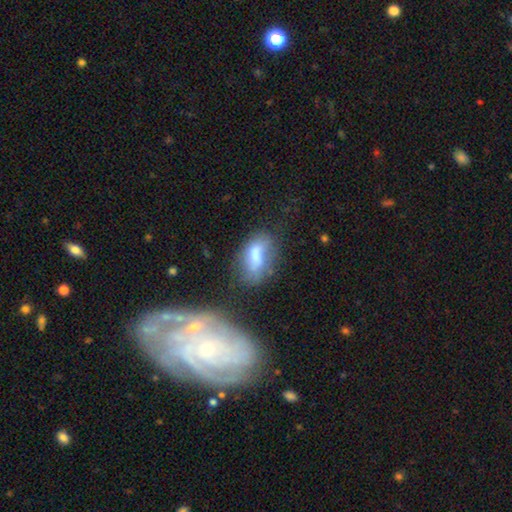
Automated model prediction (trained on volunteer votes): A smooth galaxy with no disk features (70%) that is in between round and cigar-shaped (88%).

Vote fractions:
- Smooth or featured? smooth: 70% / featured or disk: 21% / star or artifact: 10%
- How rounded? in between: 88% / cigar-shaped: 6% / round: 5%
- Merging? none: 45% / minor disturbance: 28% / major disturbance: 16% / merger: 11%